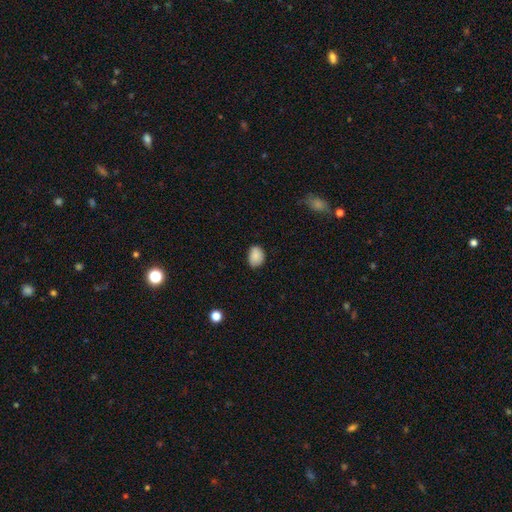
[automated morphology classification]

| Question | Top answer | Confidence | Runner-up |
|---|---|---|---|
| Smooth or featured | smooth | 88% | star or artifact (8%) |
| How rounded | in between | 69% | round (30%) |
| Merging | none | 79% | minor disturbance (17%) |